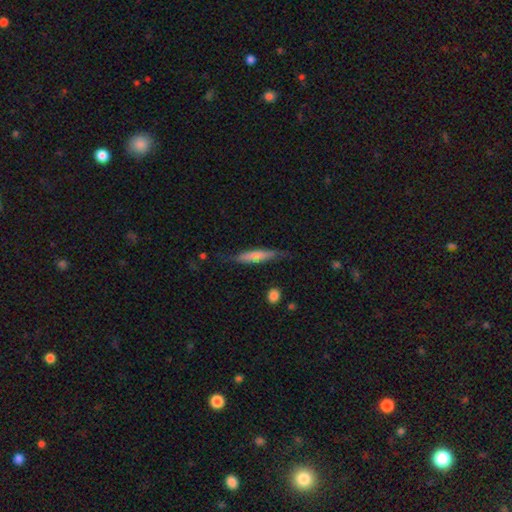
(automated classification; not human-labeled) Morphology: type=smooth (61%); roundness=cigar-shaped (83%); merging=none (70%).